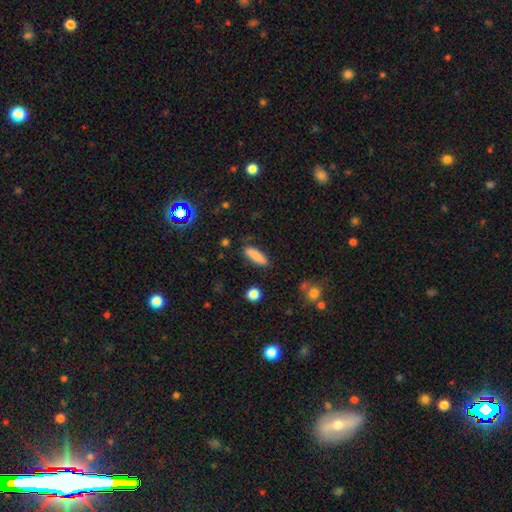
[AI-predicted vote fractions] This is clearly a smooth galaxy (85%). How rounded: likely cigar-shaped (62%). Merging: clearly none (85%).